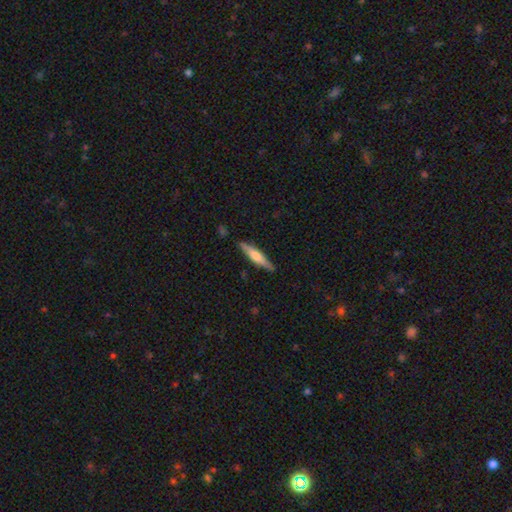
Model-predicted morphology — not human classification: type=featured or disk (48%); merging=none (87%).